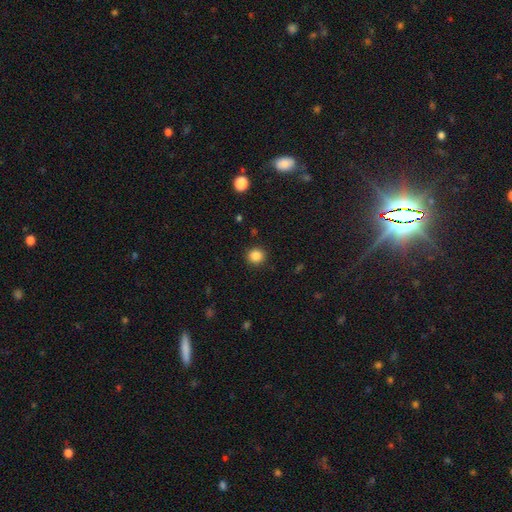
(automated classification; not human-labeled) smooth_or_featured: smooth (p=0.86) [alt: star or artifact p=0.11]
how_rounded: round (p=0.91) [alt: in between p=0.08]
merging: none (p=0.91) [alt: minor disturbance p=0.06]